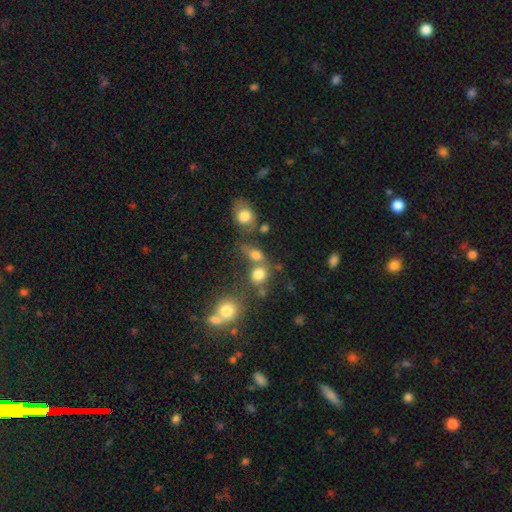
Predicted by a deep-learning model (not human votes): The model was most divided on "merging": none: 44%, merger: 36%, minor disturbance: 12%, major disturbance: 8%. More confident: smooth or featured — smooth (73%); how rounded — round (58%).